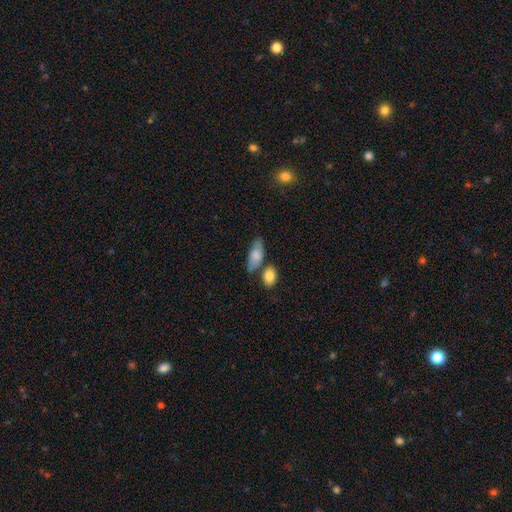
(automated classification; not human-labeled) Morphology: type=smooth (76%); roundness=in between (83%); merging=none (57%).